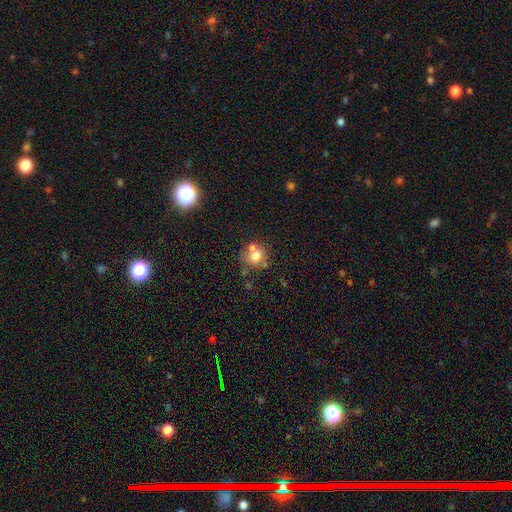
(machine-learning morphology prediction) Smooth or featured?
  - smooth: 68% *
  - featured or disk: 19%
  - star or artifact: 12%
How rounded?
  - round: 80% *
  - in between: 19%
  - cigar-shaped: 1%
Merging?
  - none: 52% *
  - merger: 29%
  - minor disturbance: 13%
  - major disturbance: 5%